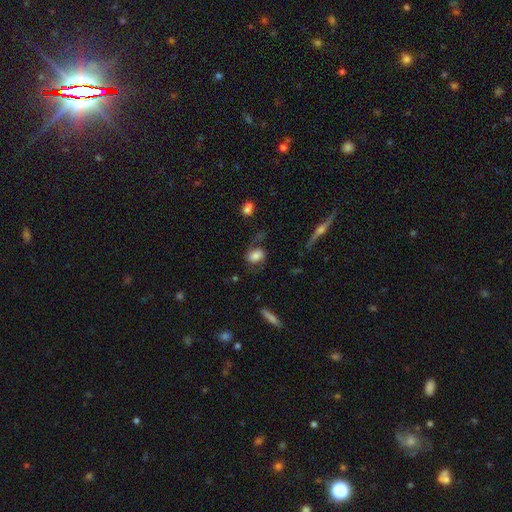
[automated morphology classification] Smooth or featured?
  - smooth: 52% *
  - featured or disk: 39%
  - star or artifact: 9%
How rounded?
  - in between: 70% *
  - round: 28%
  - cigar-shaped: 2%
Merging?
  - none: 58% *
  - minor disturbance: 22%
  - major disturbance: 16%
  - merger: 4%